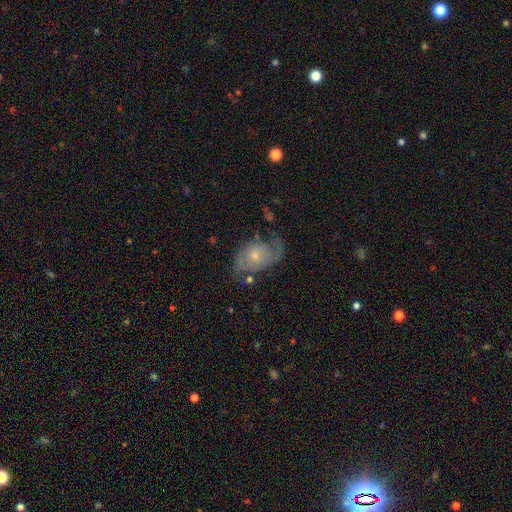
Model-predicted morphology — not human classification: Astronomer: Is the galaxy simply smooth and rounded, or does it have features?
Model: featured or disk — 73%.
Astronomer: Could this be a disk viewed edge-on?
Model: no — 96%.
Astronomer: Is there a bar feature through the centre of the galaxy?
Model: no — 77%.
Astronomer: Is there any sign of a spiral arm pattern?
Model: yes — 87%.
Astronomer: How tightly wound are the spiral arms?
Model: medium — 40% (runner-up: loose, 33%).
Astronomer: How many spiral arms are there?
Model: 2 — 67%.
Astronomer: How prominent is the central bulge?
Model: small — 57% (runner-up: moderate, 37%).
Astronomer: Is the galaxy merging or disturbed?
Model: none — 52%.